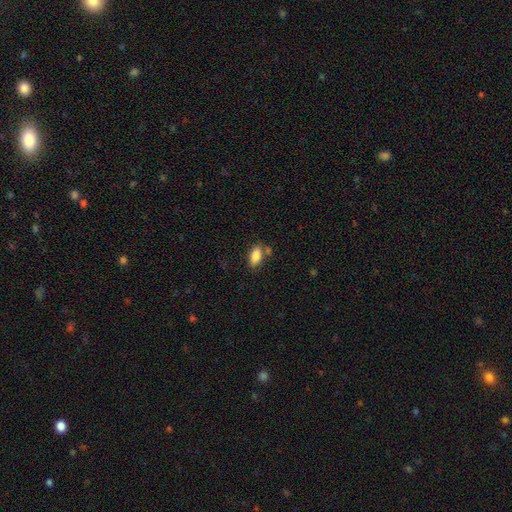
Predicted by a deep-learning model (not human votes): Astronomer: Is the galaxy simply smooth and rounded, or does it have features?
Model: smooth — 85%.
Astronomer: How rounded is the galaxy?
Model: in between — 88%.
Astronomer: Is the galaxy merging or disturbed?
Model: none — 70%.